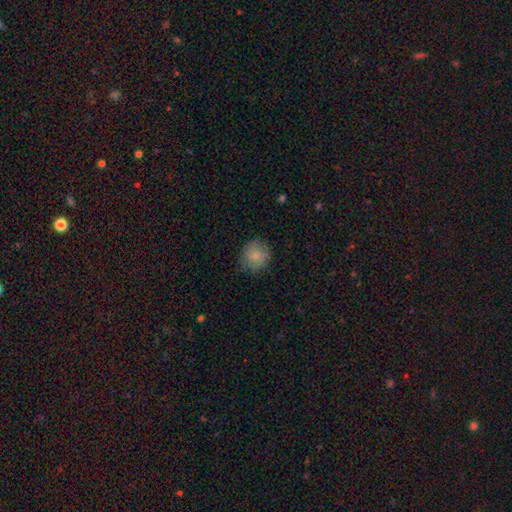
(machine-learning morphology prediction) smooth_or_featured: smooth (p=0.83) [alt: featured or disk p=0.09]
how_rounded: round (p=0.87) [alt: in between p=0.12]
merging: none (p=0.78) [alt: minor disturbance p=0.17]